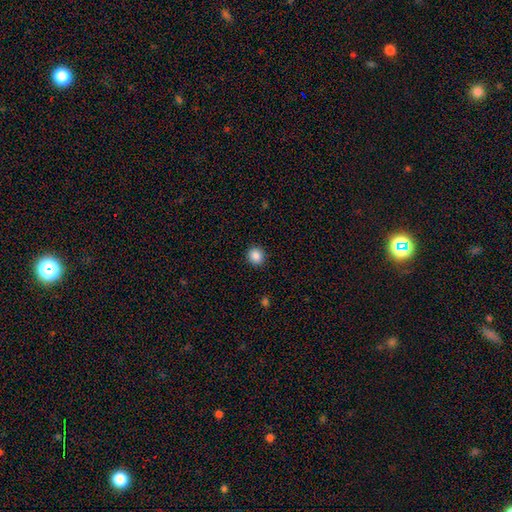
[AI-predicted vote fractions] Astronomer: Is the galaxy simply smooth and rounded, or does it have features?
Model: smooth — 87%.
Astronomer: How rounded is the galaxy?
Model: round — 88%.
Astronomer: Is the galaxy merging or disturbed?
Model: none — 91%.